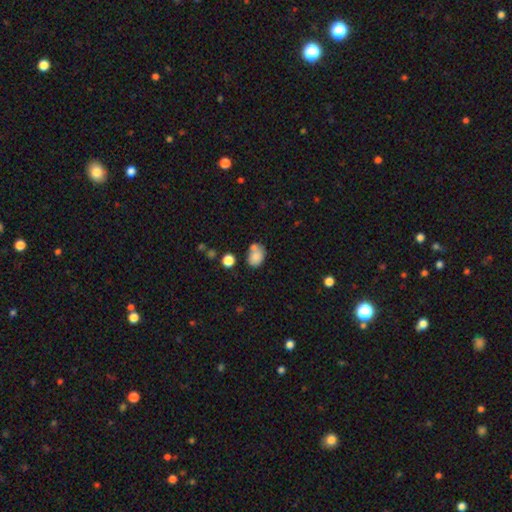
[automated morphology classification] Smooth or featured? Predicted: smooth (p=0.80). How rounded? Predicted: in between (p=0.67). Merging? Predicted: none (p=0.48).